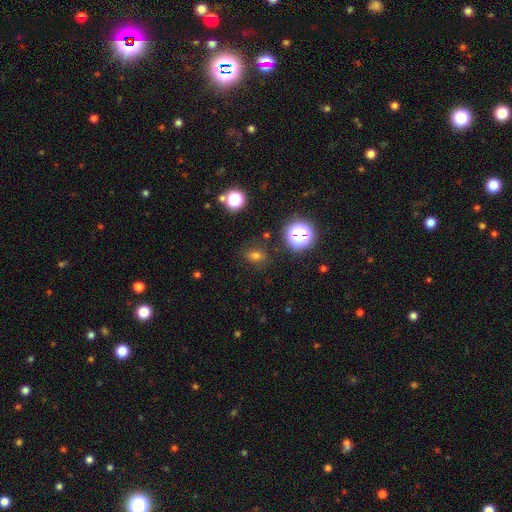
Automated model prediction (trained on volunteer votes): Q: Smooth or featured?
A: smooth (68%); runner-up: star or artifact (24%)
Q: How rounded?
A: in between (51%); runner-up: round (47%)
Q: Merging?
A: none (82%); runner-up: minor disturbance (11%)